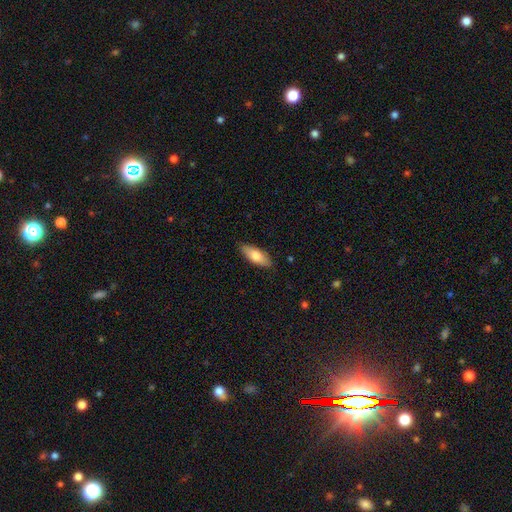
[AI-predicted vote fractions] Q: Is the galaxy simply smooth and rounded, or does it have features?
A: smooth — 75%.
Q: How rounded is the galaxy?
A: in between — 72%.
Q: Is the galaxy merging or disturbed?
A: none — 87%.